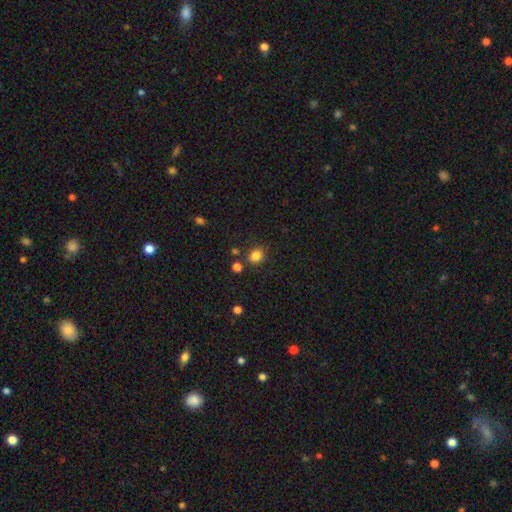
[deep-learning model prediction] smooth 83%, star or artifact 12%, featured or disk 5%. Down the decision tree: how rounded — in between (54%); merging — none (75%).